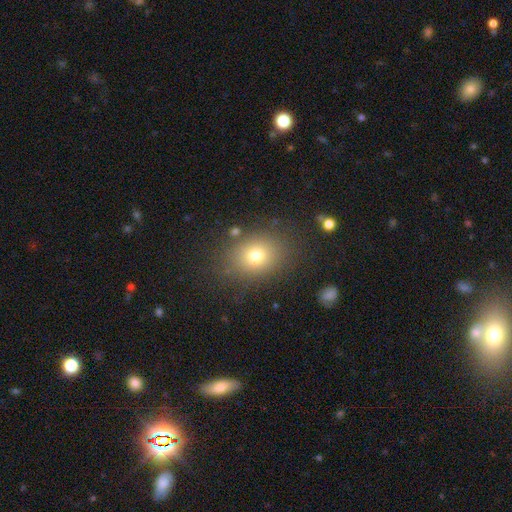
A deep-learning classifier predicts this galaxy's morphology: Smooth or featured? smooth (74%)
How rounded? in between (52%)
Merging? none (82%)